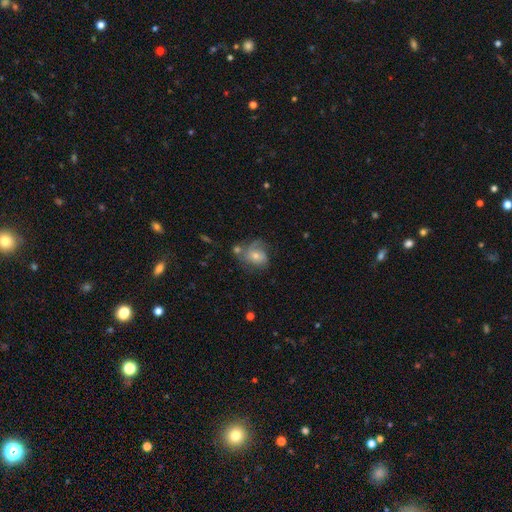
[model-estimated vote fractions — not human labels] Overall: featured or disk (61%; smooth 27%). Edge-on disk: no (97%). Bar: no (72%). Spiral arms: yes (84%). Bulge size: moderate (49%; small 44%). Merging: none (52%; minor disturbance 23%).